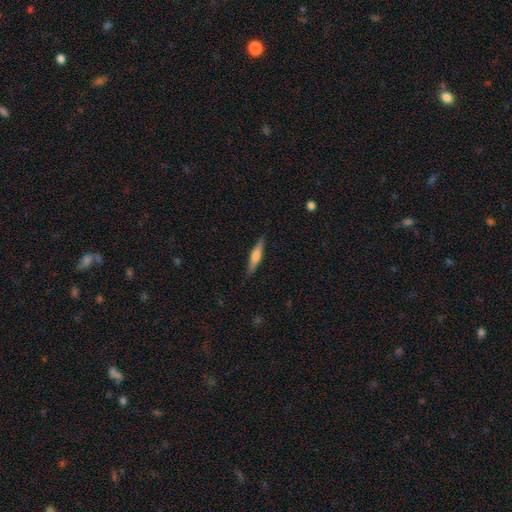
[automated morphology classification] The model was most divided on "smooth or featured" (2-way tie): featured or disk: 47%, smooth: 47%, star or artifact: 6%. More confident: merging — none (88%).